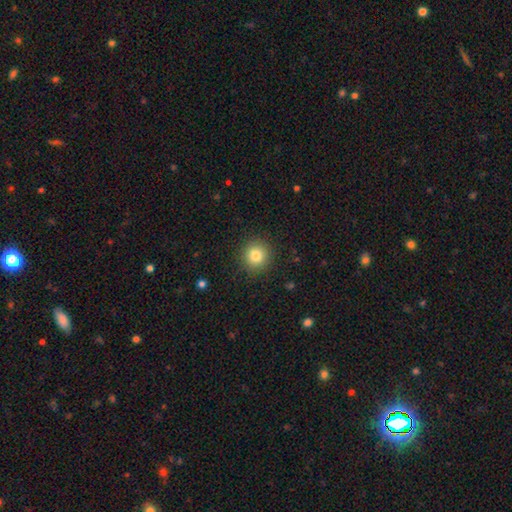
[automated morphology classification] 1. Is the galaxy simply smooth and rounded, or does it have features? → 82% smooth, 11% star or artifact, 6% featured or disk.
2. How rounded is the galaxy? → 92% round, 7% in between, 1% cigar-shaped.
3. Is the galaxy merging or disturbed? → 90% none, 7% minor disturbance, 2% major disturbance, 1% merger.